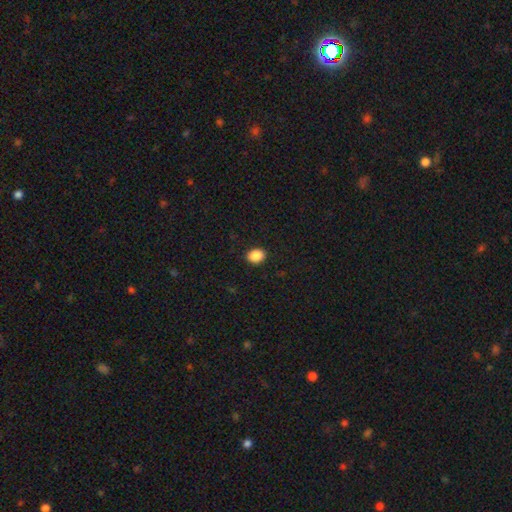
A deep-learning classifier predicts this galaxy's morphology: smooth 88%, star or artifact 9%, featured or disk 3%. Down the decision tree: how rounded — in between (57%); merging — none (90%).